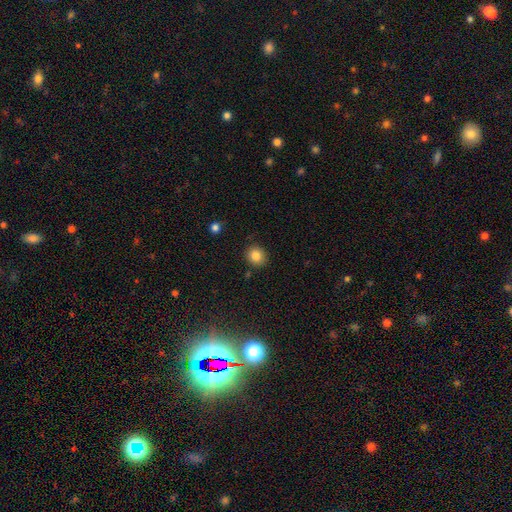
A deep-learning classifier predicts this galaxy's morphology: smooth_or_featured: smooth (p=0.84) [alt: star or artifact p=0.10]
how_rounded: round (p=0.78) [alt: in between p=0.21]
merging: none (p=0.87) [alt: minor disturbance p=0.08]